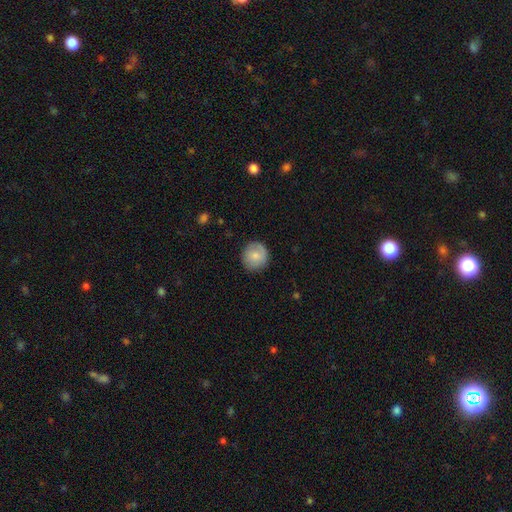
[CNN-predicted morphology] type=smooth (76%); roundness=round (93%); merging=none (85%).